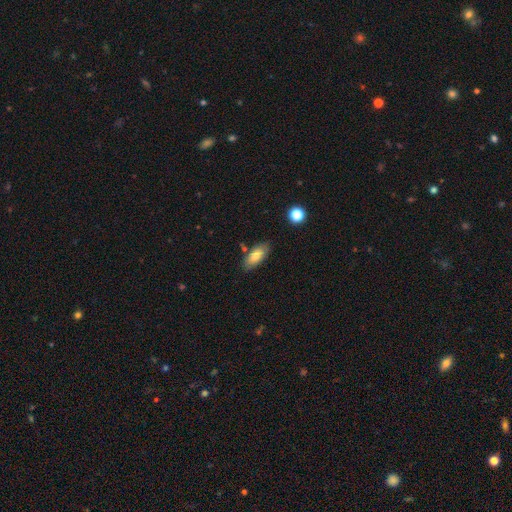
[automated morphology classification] Overall: smooth (79%). How rounded: in between (86%). Merging: none (79%).